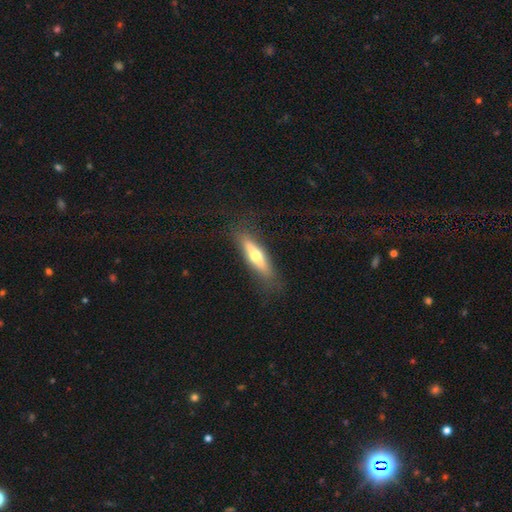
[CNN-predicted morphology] The model was most divided on "smooth or featured": smooth: 50%, featured or disk: 43%, star or artifact: 6%. More confident: merging — none (83%); how rounded — cigar-shaped (72%).